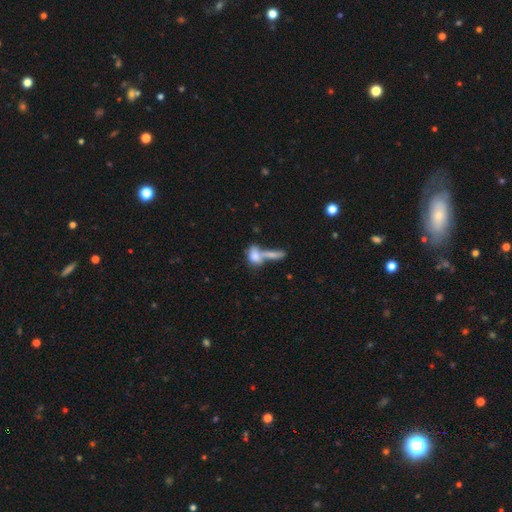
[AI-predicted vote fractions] Q: Smooth or featured?
A: smooth (72%); runner-up: featured or disk (19%)
Q: How rounded?
A: in between (67%); runner-up: cigar-shaped (18%)
Q: Merging?
A: merger (61%); runner-up: none (23%)